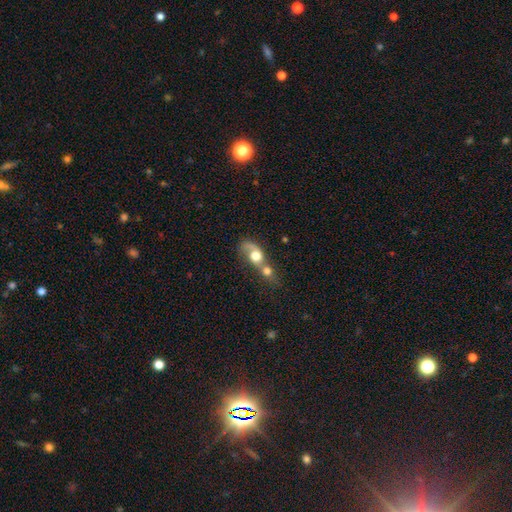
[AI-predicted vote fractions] Smooth or featured? Predicted: smooth (p=0.52). How rounded? Predicted: in between (p=0.51). Merging? Predicted: merger (p=0.75).